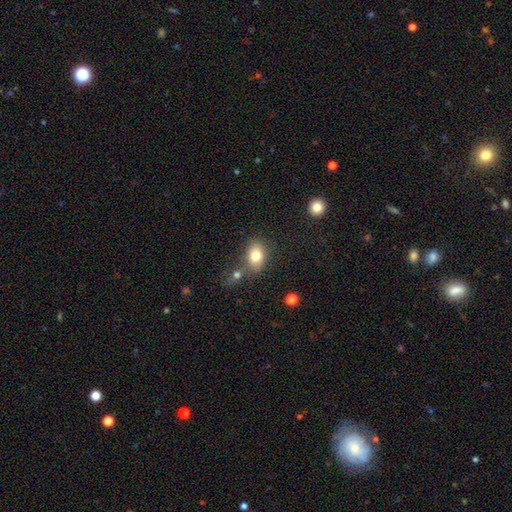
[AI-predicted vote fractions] smooth 79%, featured or disk 12%, star or artifact 9%. Down the decision tree: how rounded — in between (74%); merging — none (60%).